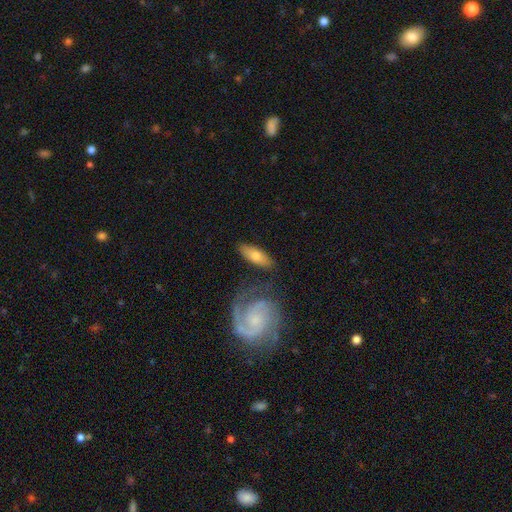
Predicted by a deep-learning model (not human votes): smooth_or_featured: smooth (p=0.59) [alt: featured or disk p=0.35]
how_rounded: in between (p=0.72) [alt: cigar-shaped p=0.25]
merging: none (p=0.72) [alt: minor disturbance p=0.15]